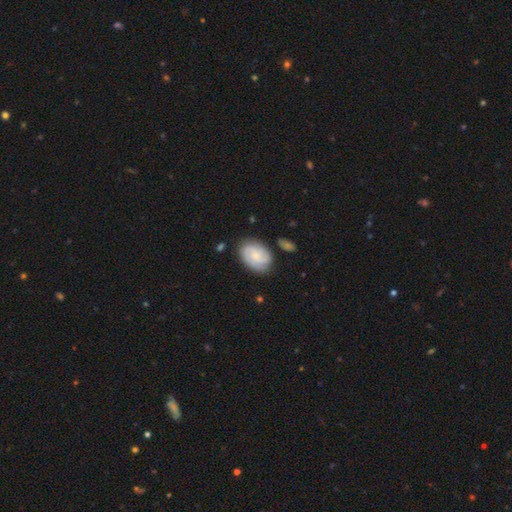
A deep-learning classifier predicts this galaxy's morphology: This is possibly a featured or disk galaxy (54%). It is clearly not viewed edge-on (97%). Bar: likely no (67%). Spiral arm pattern: clearly yes (91%). Central bulge: likely small (62%). Merging: likely none (77%).